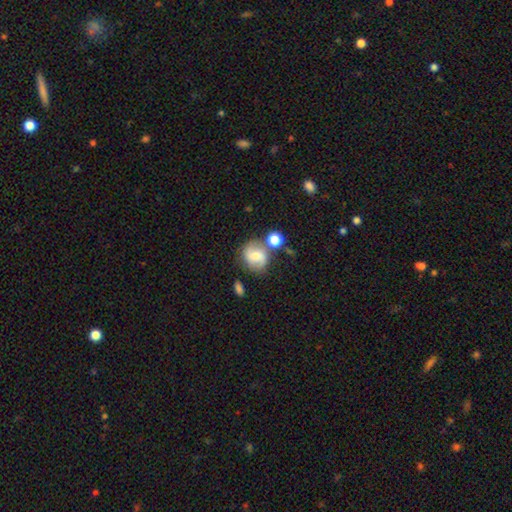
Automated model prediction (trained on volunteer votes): The model was most divided on "smooth or featured": smooth: 50%, featured or disk: 40%, star or artifact: 10%. More confident: how rounded — round (72%); merging — none (60%).